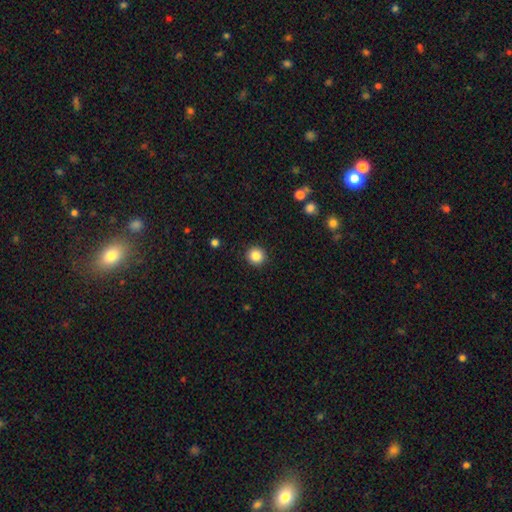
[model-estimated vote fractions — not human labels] Q: Smooth or featured?
A: smooth (86%); runner-up: star or artifact (10%)
Q: How rounded?
A: round (94%); runner-up: in between (5%)
Q: Merging?
A: none (92%); runner-up: minor disturbance (5%)